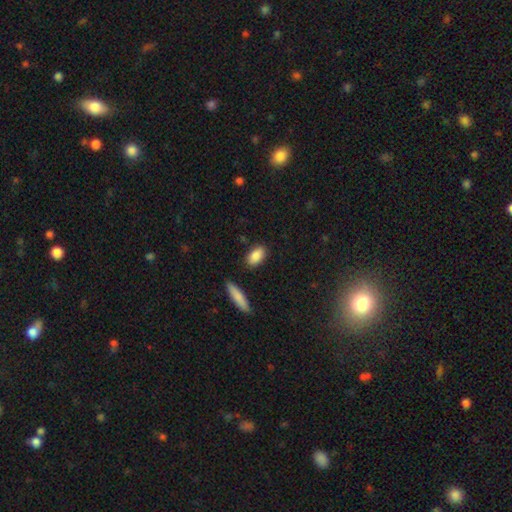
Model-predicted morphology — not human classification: type=smooth (87%); roundness=in between (89%); merging=none (85%).